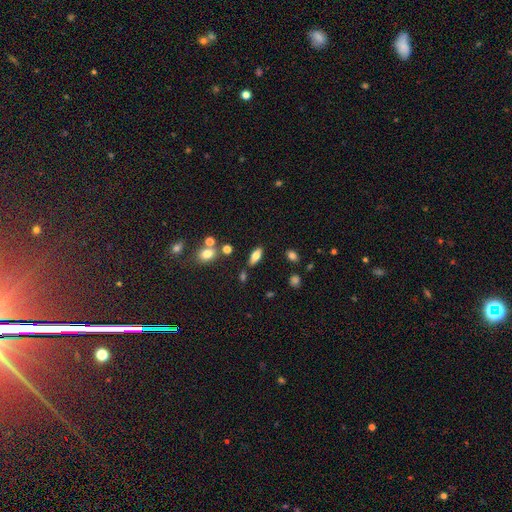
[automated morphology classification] smooth-or-featured: smooth: 69% | featured or disk: 22% | star or artifact: 9%
  how-rounded: in between: 77% | cigar-shaped: 20% | round: 4%
  merging: none: 76% | minor disturbance: 13% | merger: 7% | major disturbance: 4%